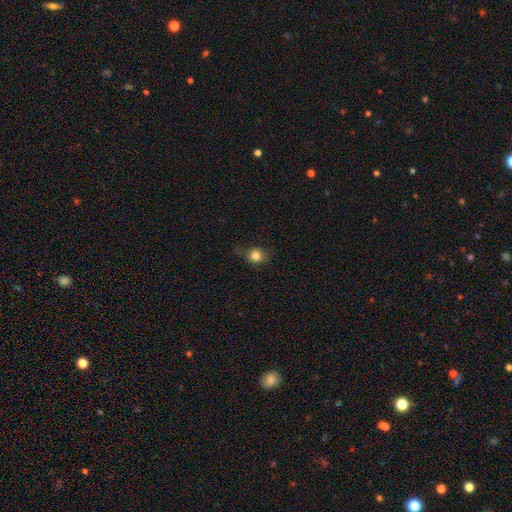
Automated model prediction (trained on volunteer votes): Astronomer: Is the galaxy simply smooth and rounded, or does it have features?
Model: smooth — 81%.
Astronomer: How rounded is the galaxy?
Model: round — 81%.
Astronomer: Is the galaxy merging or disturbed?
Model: none — 72%.